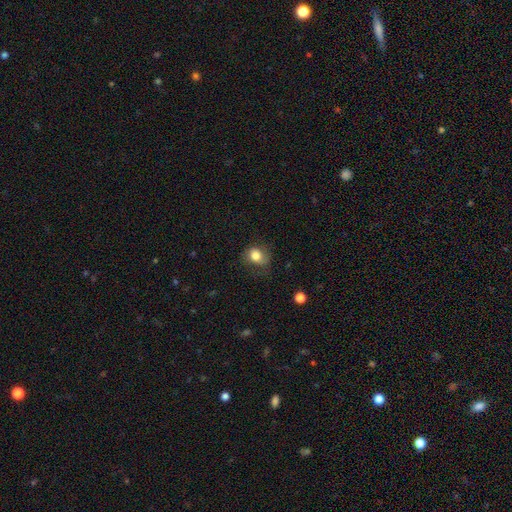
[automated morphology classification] Overall: smooth (79%). How rounded: round (57%; in between 42%). Merging: none (60%; minor disturbance 25%).